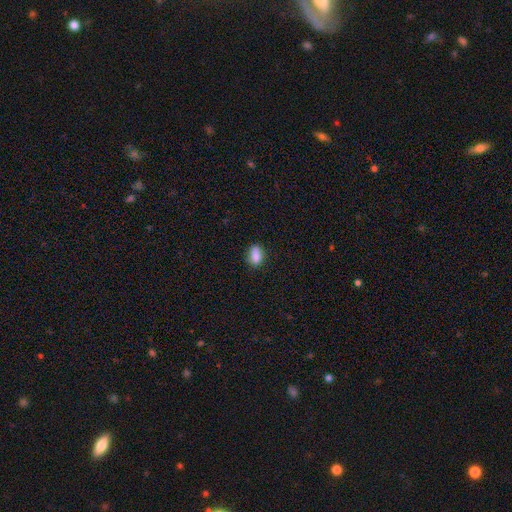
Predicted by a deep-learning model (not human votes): Morphology: type=smooth (84%); roundness=in between (80%); merging=none (73%).